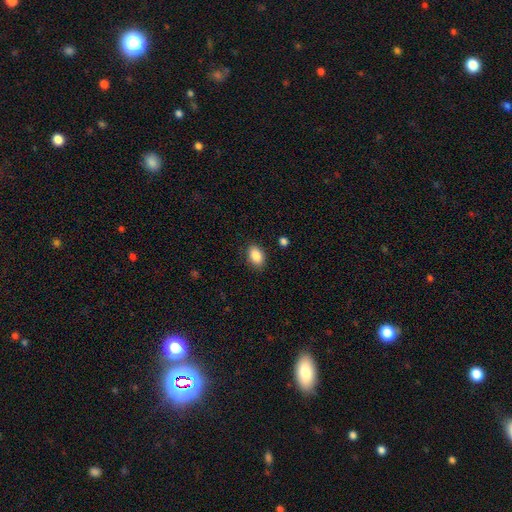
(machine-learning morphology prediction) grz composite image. It shows a smooth galaxy with no disk features (88%) that is in between round and cigar-shaped (88%). Merging: none (87%).